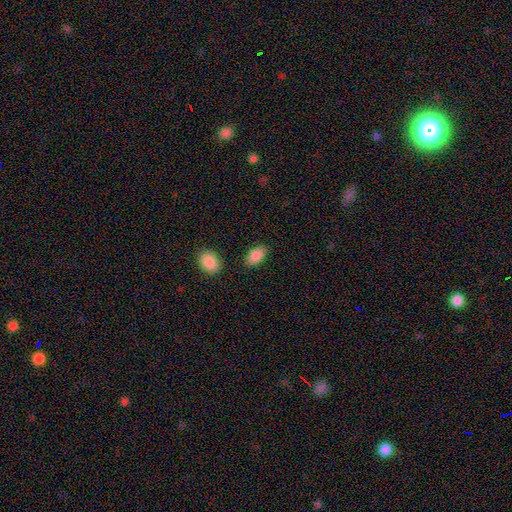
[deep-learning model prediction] Overall: smooth (88%). How rounded: in between (92%). Merging: none (84%).